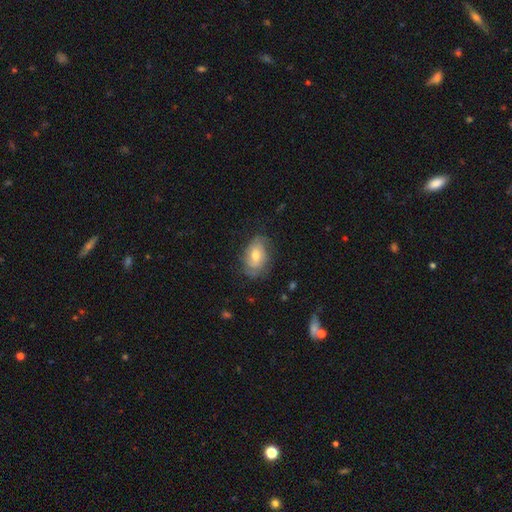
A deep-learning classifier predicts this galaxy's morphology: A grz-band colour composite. It shows a featured or disk galaxy (48%). Merging: none (68%).